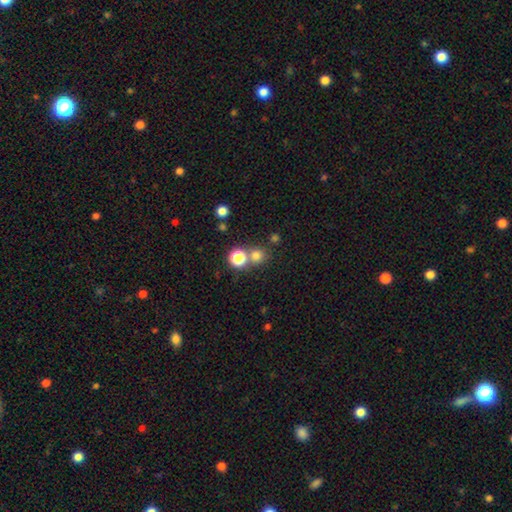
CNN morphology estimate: type=smooth (74%); roundness=round (90%); merging=none (68%).